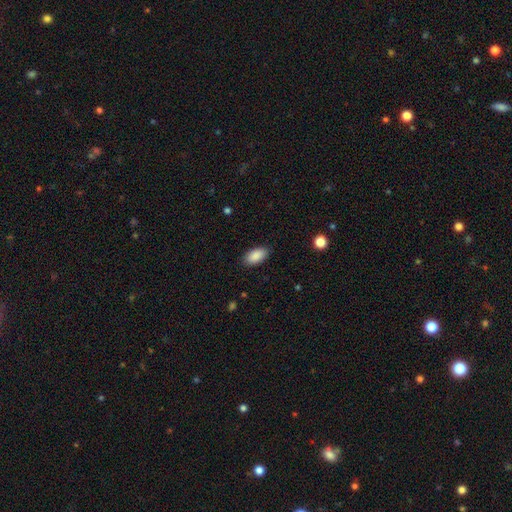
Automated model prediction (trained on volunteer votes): smooth 90%, star or artifact 6%, featured or disk 4%. Down the decision tree: how rounded — in between (94%); merging — none (88%).